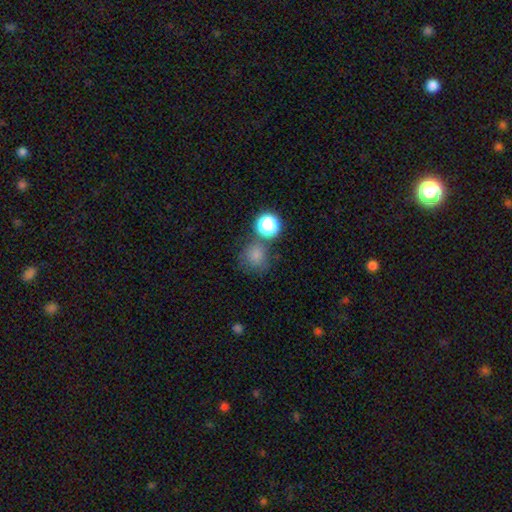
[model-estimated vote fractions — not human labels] This is likely a smooth galaxy (72%). How rounded: clearly round (86%). Merging: likely none (64%).